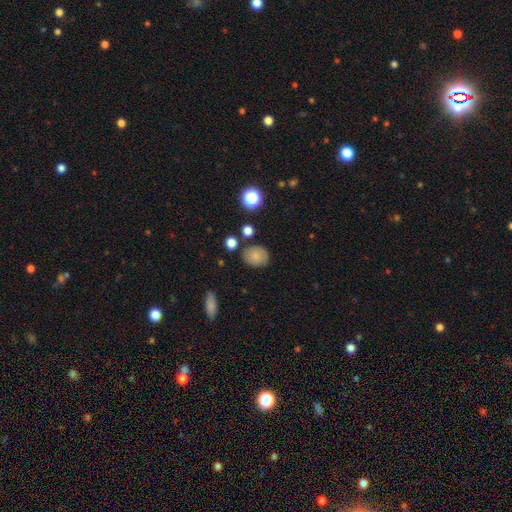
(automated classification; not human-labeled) A smooth galaxy with no disk features (82%) that is round (51%).

Vote fractions:
- Smooth or featured? smooth: 82% / star or artifact: 10% / featured or disk: 8%
- How rounded? round: 51% / in between: 48% / cigar-shaped: 1%
- Merging? none: 80% / minor disturbance: 12% / merger: 4% / major disturbance: 3%